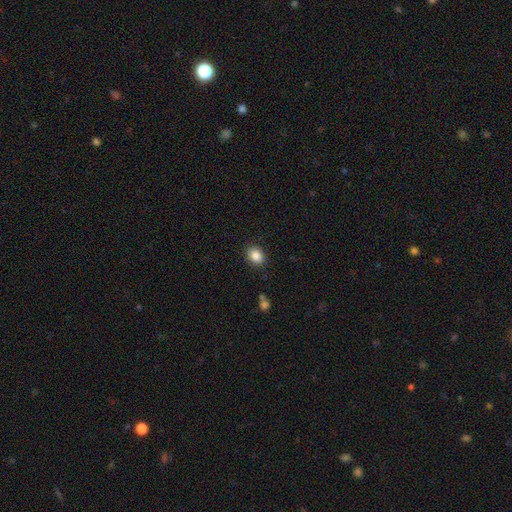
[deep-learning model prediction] A smooth galaxy with no disk features (86%) that is in between round and cigar-shaped (54%).

Vote fractions:
- Smooth or featured? smooth: 86% / star or artifact: 9% / featured or disk: 5%
- How rounded? in between: 54% / round: 45% / cigar-shaped: 1%
- Merging? none: 88% / minor disturbance: 8% / major disturbance: 2% / merger: 1%